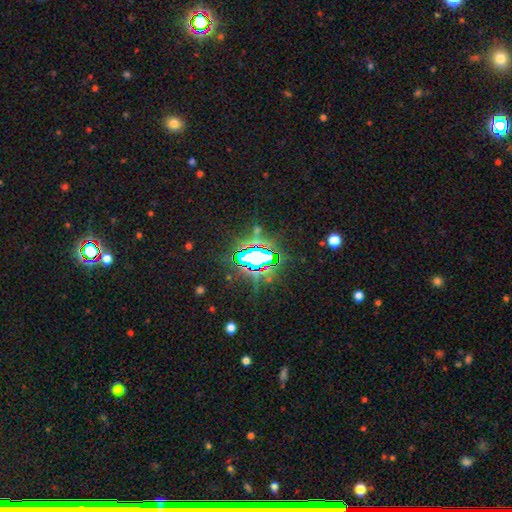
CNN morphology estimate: Q: Smooth or featured?
A: star or artifact (75%); runner-up: smooth (14%)